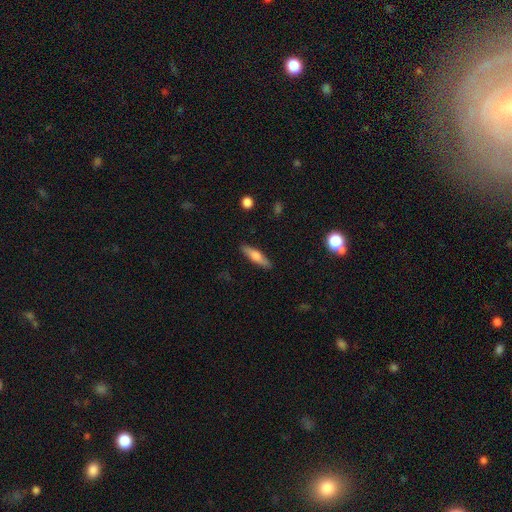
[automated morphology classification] Smooth or featured? smooth (61%)
How rounded? cigar-shaped (72%)
Merging? none (89%)